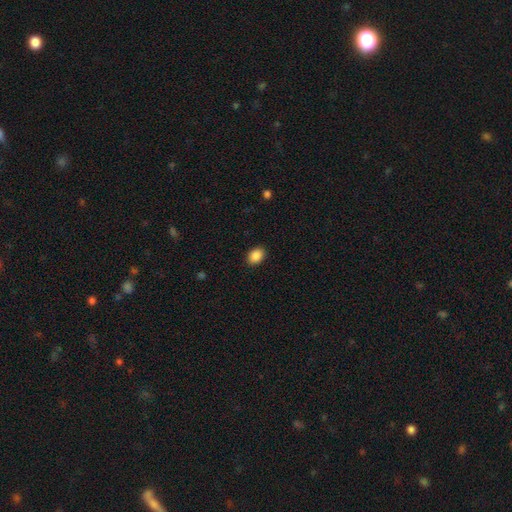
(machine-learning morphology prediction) Q: Smooth or featured?
A: smooth (89%); runner-up: star or artifact (8%)
Q: How rounded?
A: in between (72%); runner-up: round (27%)
Q: Merging?
A: none (89%); runner-up: minor disturbance (8%)